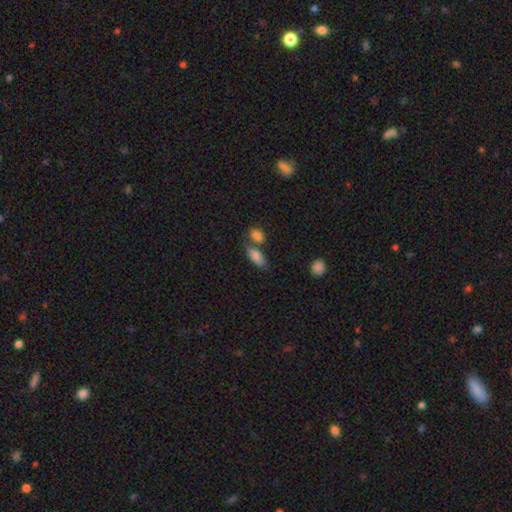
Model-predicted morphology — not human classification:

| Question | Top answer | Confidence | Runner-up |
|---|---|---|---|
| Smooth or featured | smooth | 84% | featured or disk (9%) |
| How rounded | in between | 83% | cigar-shaped (13%) |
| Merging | none | 53% | merger (30%) |